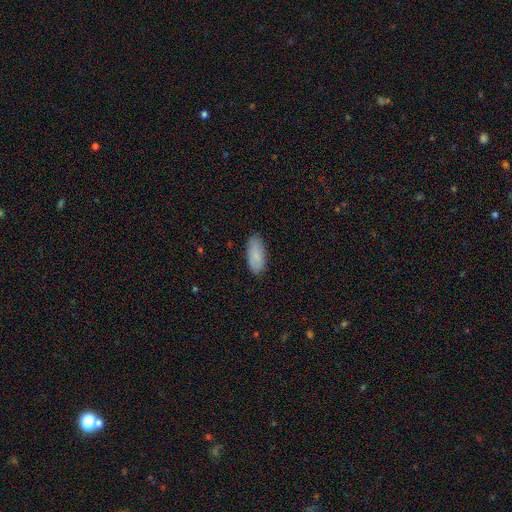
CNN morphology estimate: Smooth or featured? Predicted: smooth (p=0.85). How rounded? Predicted: in between (p=0.89). Merging? Predicted: none (p=0.85).